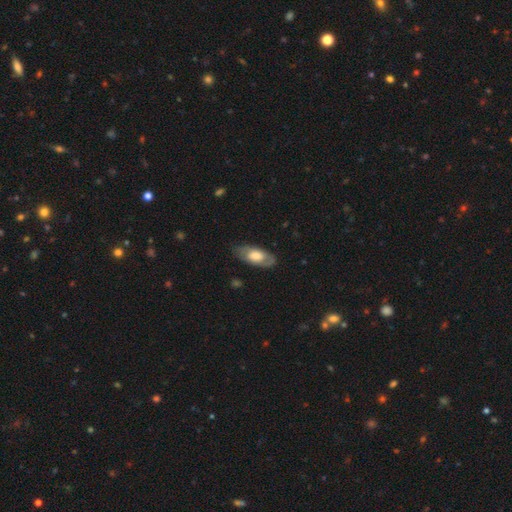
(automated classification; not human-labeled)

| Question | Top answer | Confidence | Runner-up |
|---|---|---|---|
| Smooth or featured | smooth | 55% | featured or disk (39%) |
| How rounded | in between | 88% | cigar-shaped (9%) |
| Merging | none | 77% | minor disturbance (17%) |